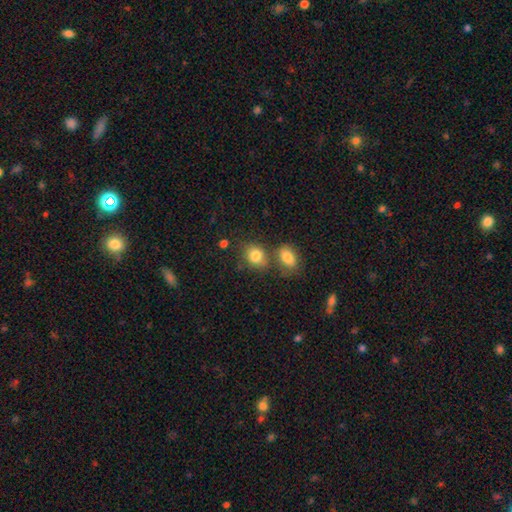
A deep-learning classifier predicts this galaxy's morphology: Smooth or featured? smooth (82%)
How rounded? in between (54%)
Merging? none (56%)